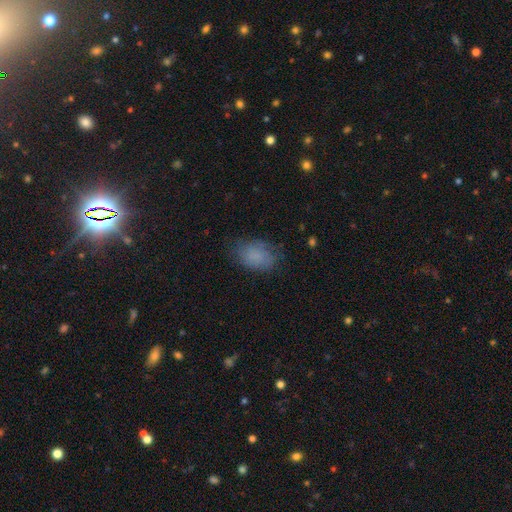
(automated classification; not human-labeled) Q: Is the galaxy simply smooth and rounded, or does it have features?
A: smooth — 76%.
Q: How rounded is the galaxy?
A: in between — 82%.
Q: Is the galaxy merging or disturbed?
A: none — 70%.